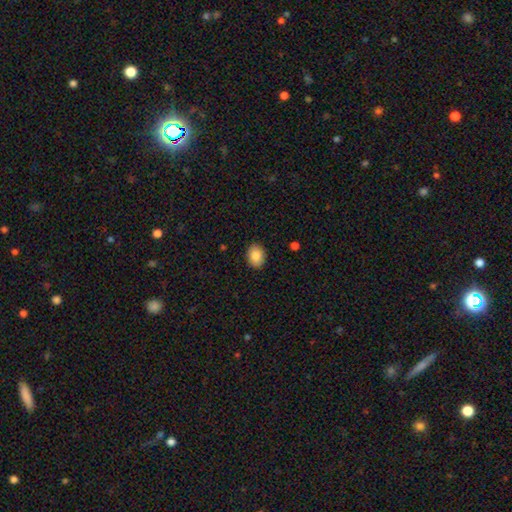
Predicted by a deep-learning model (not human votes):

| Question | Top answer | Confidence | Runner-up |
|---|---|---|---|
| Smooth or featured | smooth | 86% | star or artifact (8%) |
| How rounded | in between | 67% | round (32%) |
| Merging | none | 90% | minor disturbance (7%) |